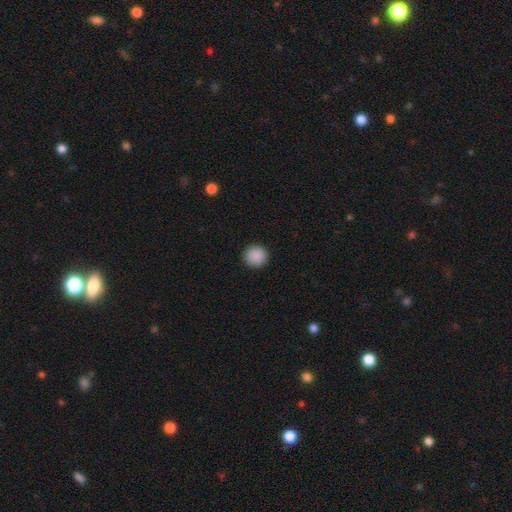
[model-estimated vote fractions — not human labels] Smooth or featured? smooth (90%)
How rounded? round (95%)
Merging? none (93%)